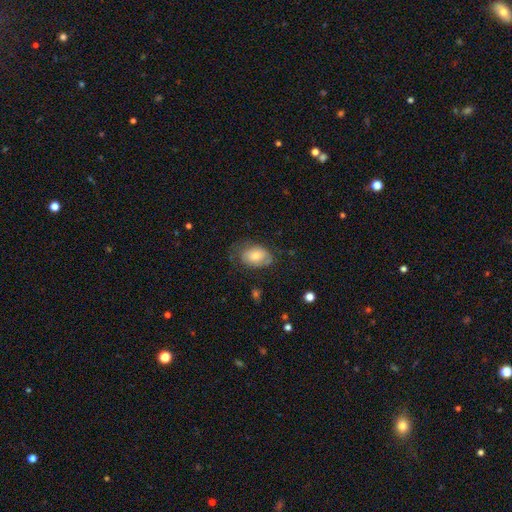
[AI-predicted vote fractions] Smooth or featured? Predicted: smooth (p=0.67). How rounded? Predicted: in between (p=0.87). Merging? Predicted: none (p=0.54).